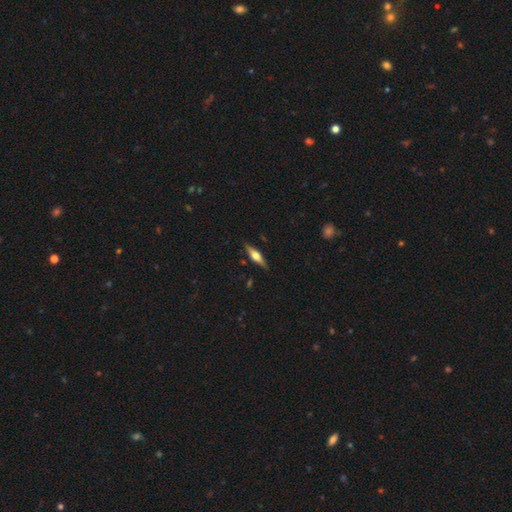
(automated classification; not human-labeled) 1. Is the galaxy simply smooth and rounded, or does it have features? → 64% featured or disk, 30% smooth, 6% star or artifact.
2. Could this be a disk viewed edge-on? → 96% yes, 4% no.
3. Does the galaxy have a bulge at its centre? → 92% rounded, 6% boxy, 2% none.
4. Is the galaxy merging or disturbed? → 89% none, 9% minor disturbance, 2% major disturbance, 1% merger.